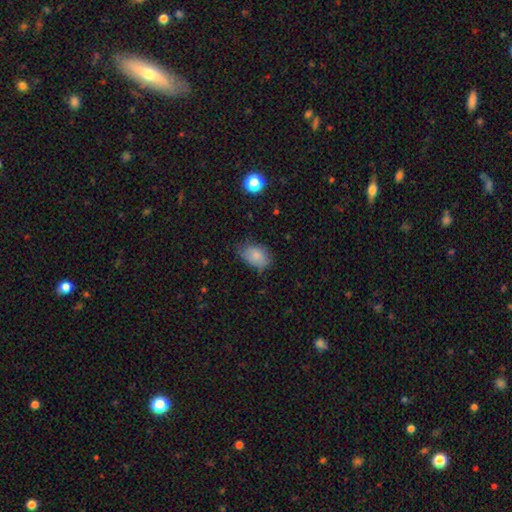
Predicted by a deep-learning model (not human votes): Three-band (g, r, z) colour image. It shows a smooth galaxy with no disk features (80%) that is in between round and cigar-shaped (84%). Merging: none (53%).